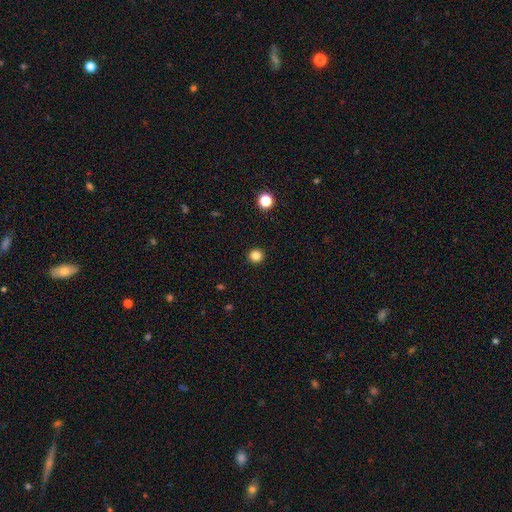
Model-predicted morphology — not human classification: smooth_or_featured: smooth (p=0.83) [alt: star or artifact p=0.12]
how_rounded: round (p=0.95) [alt: in between p=0.04]
merging: none (p=0.93) [alt: minor disturbance p=0.04]